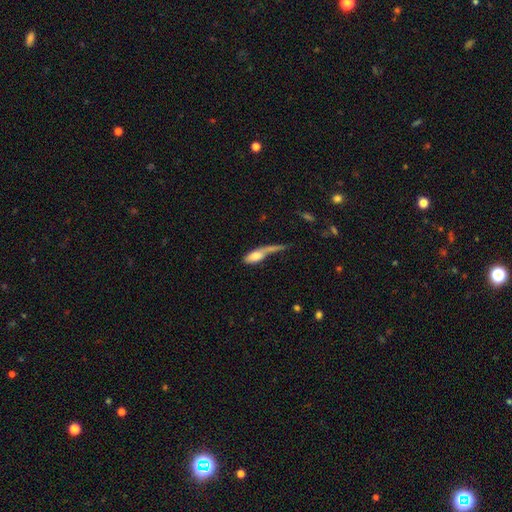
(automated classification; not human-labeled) Smooth or featured? smooth (71%)
How rounded? in between (68%)
Merging? major disturbance (33%)